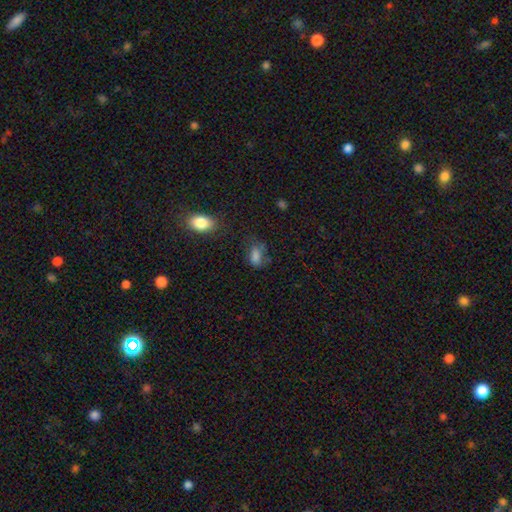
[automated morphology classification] smooth 76%, star or artifact 14%, featured or disk 10%. Down the decision tree: how rounded — in between (84%); merging — none (48%).